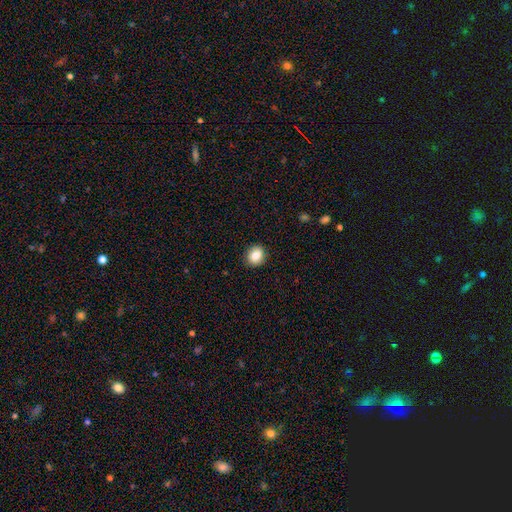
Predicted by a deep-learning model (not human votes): smooth_or_featured: smooth (p=0.84) [alt: star or artifact p=0.09]
how_rounded: round (p=0.71) [alt: in between p=0.28]
merging: none (p=0.90) [alt: minor disturbance p=0.07]